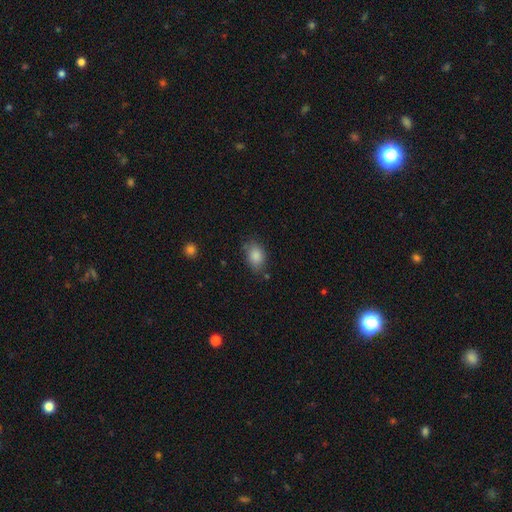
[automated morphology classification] This is clearly a smooth galaxy (86%). How rounded: clearly in between (82%). Merging: likely none (74%).